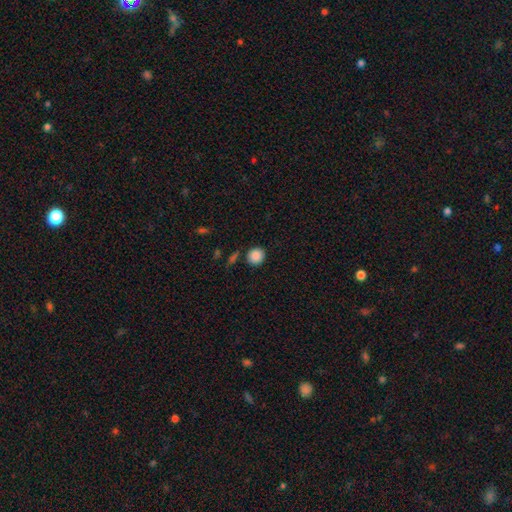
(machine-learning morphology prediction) Q: Smooth or featured?
A: smooth (88%); runner-up: star or artifact (9%)
Q: How rounded?
A: round (90%); runner-up: in between (9%)
Q: Merging?
A: none (83%); runner-up: minor disturbance (9%)